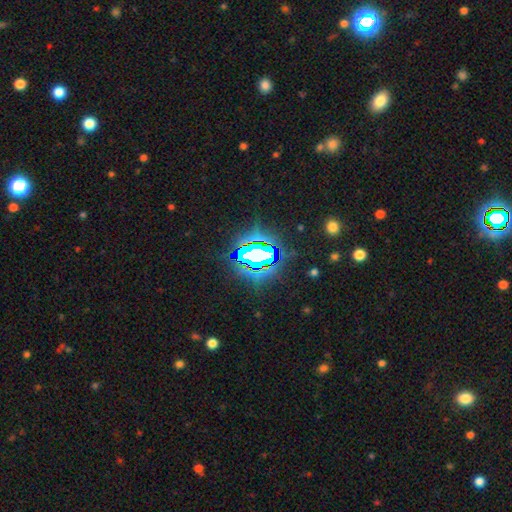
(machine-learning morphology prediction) The model was most divided on "smooth or featured": star or artifact: 75%, smooth: 13%, featured or disk: 12%.